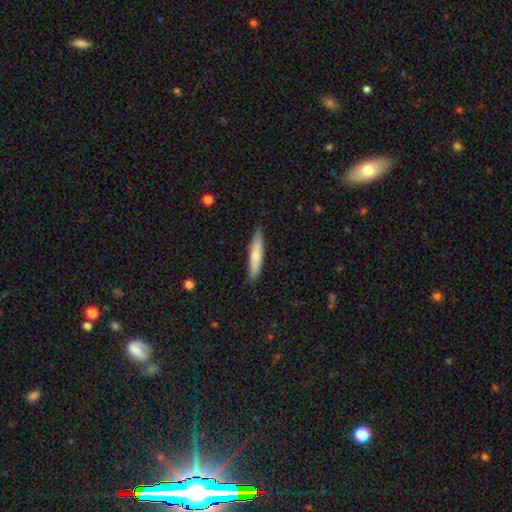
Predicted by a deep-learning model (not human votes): A smooth galaxy with no disk features (71%) that is cigar-shaped (88%). Merging: none (87%).